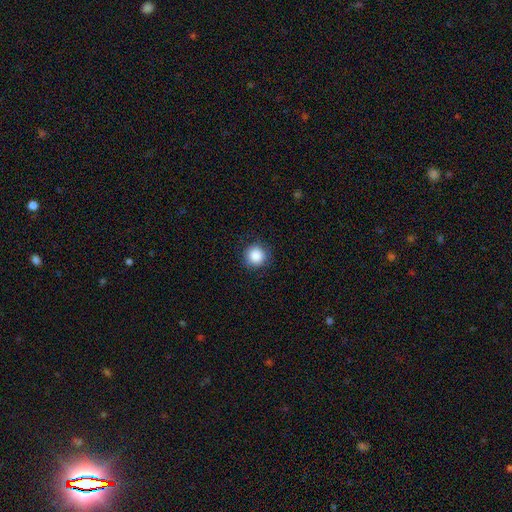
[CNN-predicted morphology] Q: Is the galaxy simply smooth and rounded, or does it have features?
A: smooth — 87%.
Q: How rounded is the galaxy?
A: round — 95%.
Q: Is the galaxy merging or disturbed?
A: none — 89%.